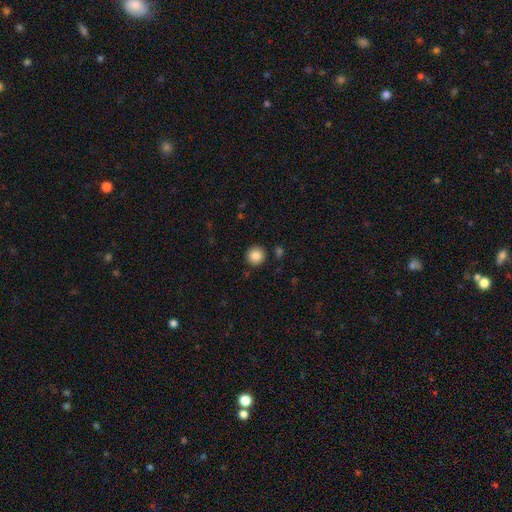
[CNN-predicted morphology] type=smooth (86%); roundness=round (93%); merging=none (90%).